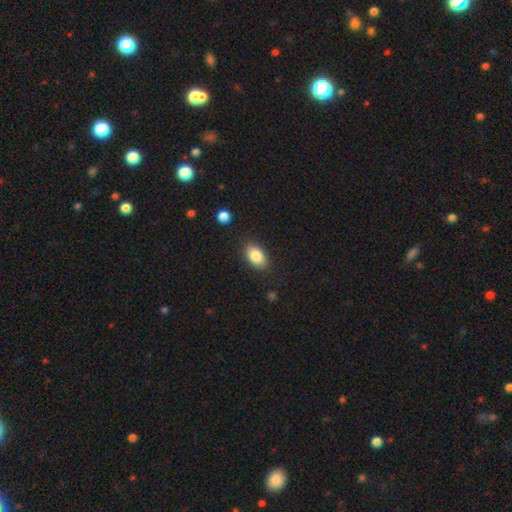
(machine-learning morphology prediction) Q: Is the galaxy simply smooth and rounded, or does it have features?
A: smooth — 86%.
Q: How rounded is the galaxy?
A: in between — 90%.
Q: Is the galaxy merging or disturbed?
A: none — 85%.